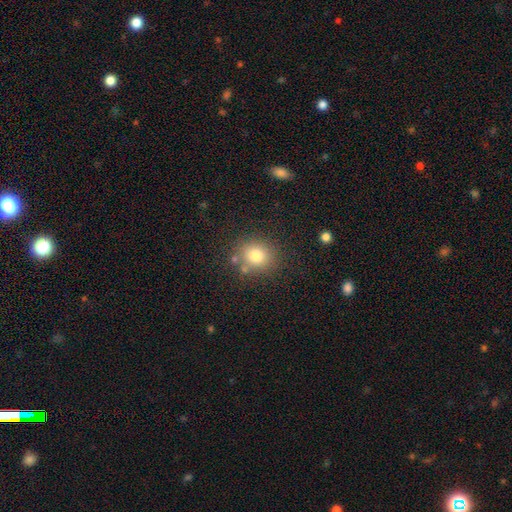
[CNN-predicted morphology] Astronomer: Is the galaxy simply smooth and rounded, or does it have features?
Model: smooth — 78%.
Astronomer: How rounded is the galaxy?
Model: round — 82%.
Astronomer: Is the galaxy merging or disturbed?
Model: none — 78%.